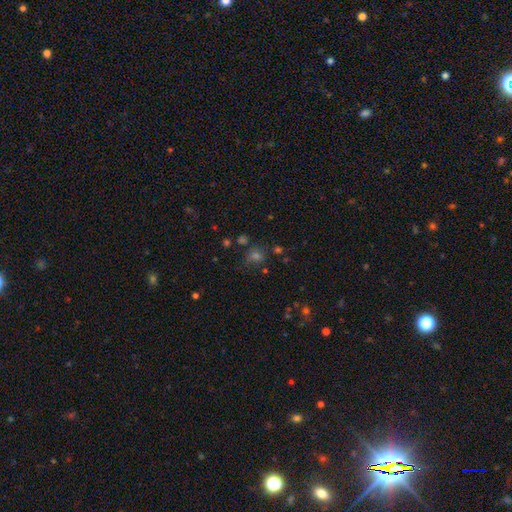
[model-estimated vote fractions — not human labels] A smooth galaxy with no disk features (50%) that is round (74%). Merging: none (69%).